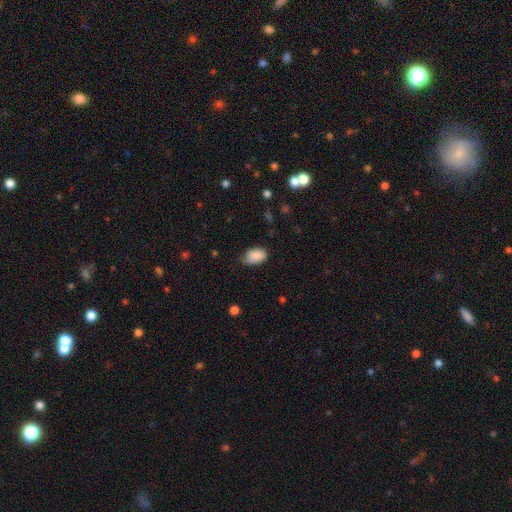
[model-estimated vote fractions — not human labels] Q: Smooth or featured?
A: smooth (88%); runner-up: star or artifact (7%)
Q: How rounded?
A: in between (90%); runner-up: round (9%)
Q: Merging?
A: none (59%); runner-up: minor disturbance (33%)